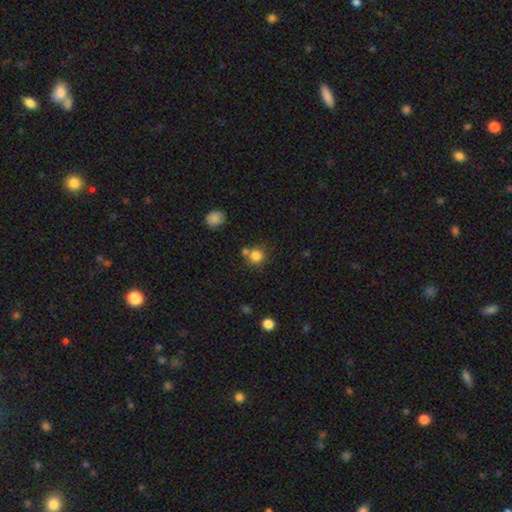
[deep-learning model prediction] The model was most divided on "merging": none: 65%, merger: 21%, minor disturbance: 10%, major disturbance: 3%. More confident: how rounded — round (91%); smooth or featured — smooth (82%).